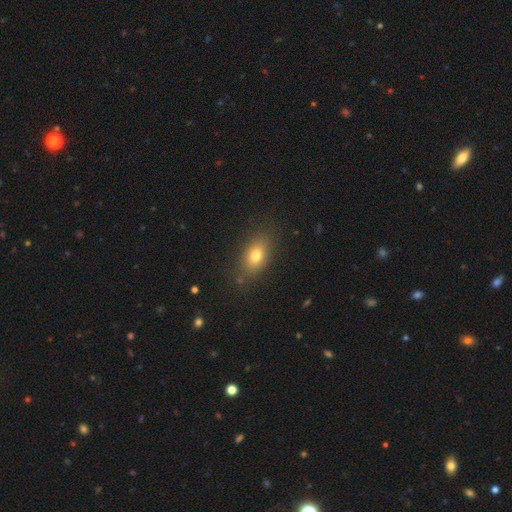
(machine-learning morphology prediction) The model was most divided on "smooth or featured": smooth: 75%, featured or disk: 14%, star or artifact: 11%. More confident: merging — none (83%); how rounded — in between (82%).